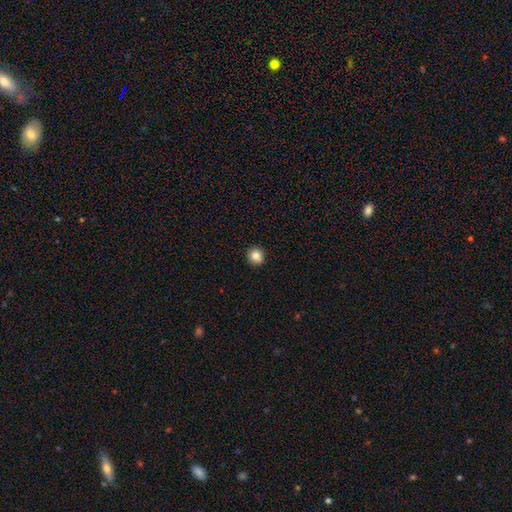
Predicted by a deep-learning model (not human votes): smooth-or-featured: smooth: 83% | star or artifact: 10% | featured or disk: 6%
  how-rounded: round: 93% | in between: 6% | cigar-shaped: 1%
  merging: none: 92% | minor disturbance: 5% | major disturbance: 1% | merger: 1%